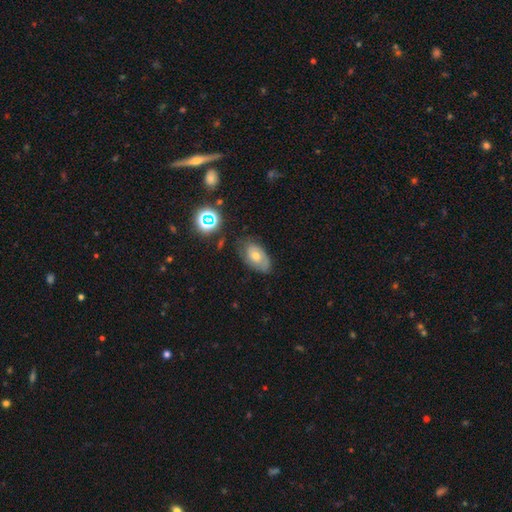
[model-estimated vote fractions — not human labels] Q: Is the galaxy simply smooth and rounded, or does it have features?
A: featured or disk — 47%.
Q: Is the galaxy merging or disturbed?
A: none — 67%.